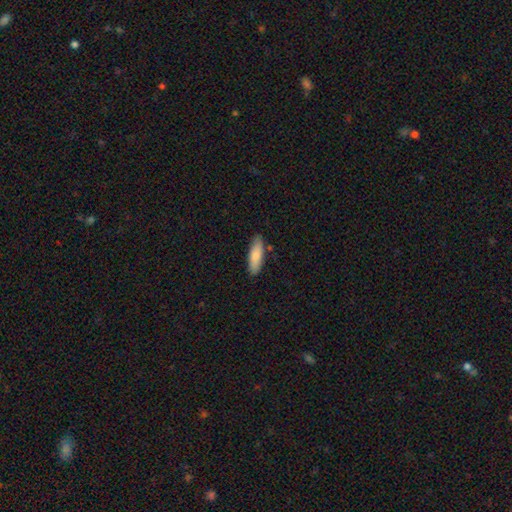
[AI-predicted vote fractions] Smooth or featured? smooth (82%)
How rounded? cigar-shaped (50%)
Merging? none (85%)